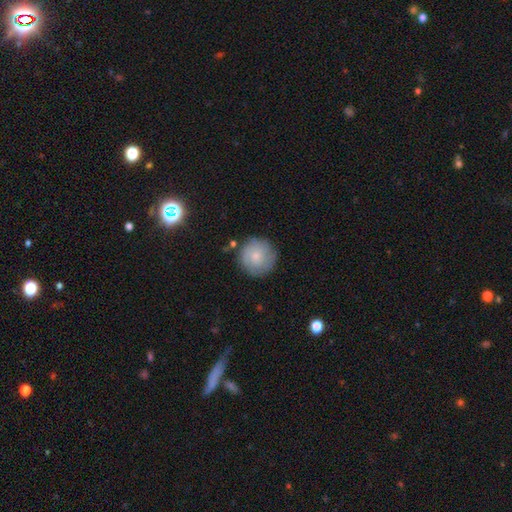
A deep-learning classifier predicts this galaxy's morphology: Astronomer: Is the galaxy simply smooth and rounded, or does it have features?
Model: smooth — 70%.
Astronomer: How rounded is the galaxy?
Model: round — 95%.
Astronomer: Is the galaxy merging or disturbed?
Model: none — 81%.